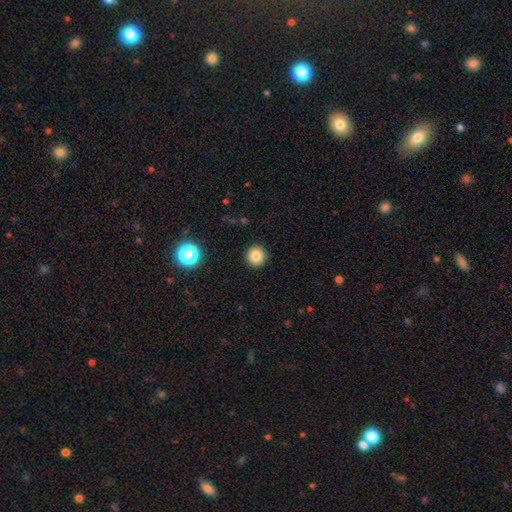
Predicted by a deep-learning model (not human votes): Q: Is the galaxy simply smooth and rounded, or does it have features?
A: smooth — 83%.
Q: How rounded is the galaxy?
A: round — 93%.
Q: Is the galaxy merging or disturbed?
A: none — 92%.